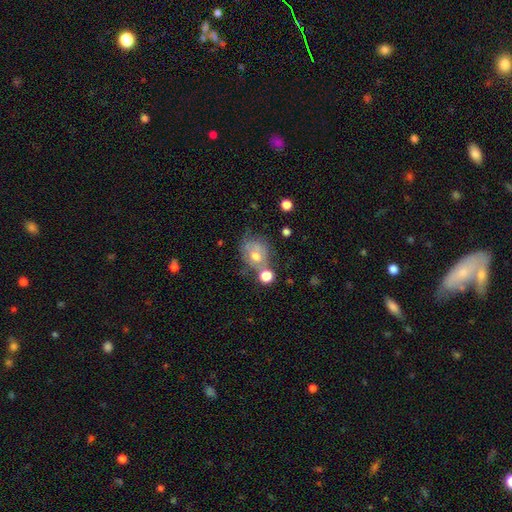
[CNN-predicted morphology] Q: Smooth or featured?
A: smooth (57%); runner-up: featured or disk (31%)
Q: How rounded?
A: round (57%); runner-up: in between (42%)
Q: Merging?
A: none (39%); runner-up: merger (25%)